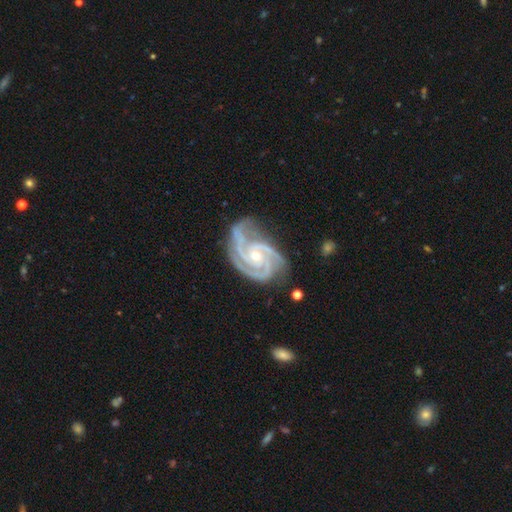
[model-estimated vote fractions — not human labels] smooth-or-featured: featured or disk: 94% | star or artifact: 4% | smooth: 2%
  disk-edge-on: no: 98% | yes: 2%
    bar: no: 66% | weak: 23% | strong: 11%
    has-spiral-arms: yes: 99% | no: 1%
      spiral-winding: tight: 64% | medium: 32% | loose: 3%
      spiral-arm-count: 3: 64% | 2: 18% | 4: 8% | can't tell: 4% | more than 4: 3% | 1: 3%
    bulge-size: small: 64% | moderate: 33% | none: 1% | large: 1% | dominant: 1%
  merging: none: 66% | minor disturbance: 24% | major disturbance: 8% | merger: 2%